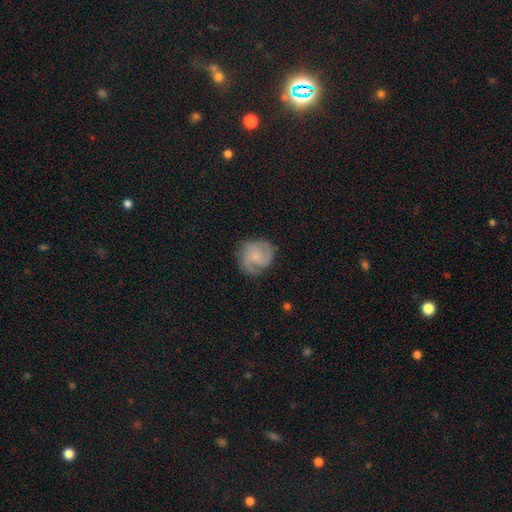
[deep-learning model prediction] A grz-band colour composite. It shows a featured or disk galaxy (64%) with no bar (66%), 2 (50%) medium (47%) spiral arms (93%) and a small central bulge (55%). Merging: none (73%).